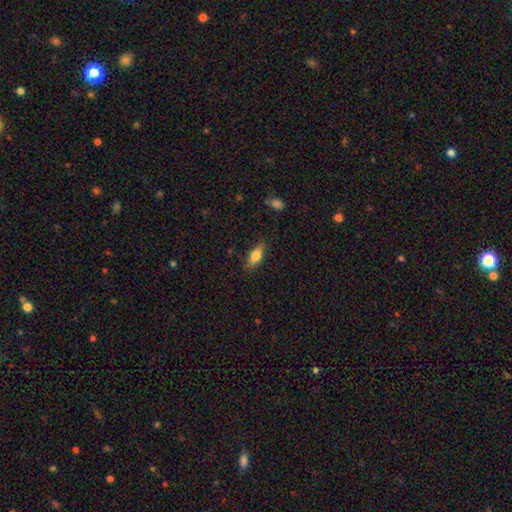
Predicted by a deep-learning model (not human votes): A smooth galaxy with no disk features (79%) that is in between round and cigar-shaped (79%). Merging: none (79%).